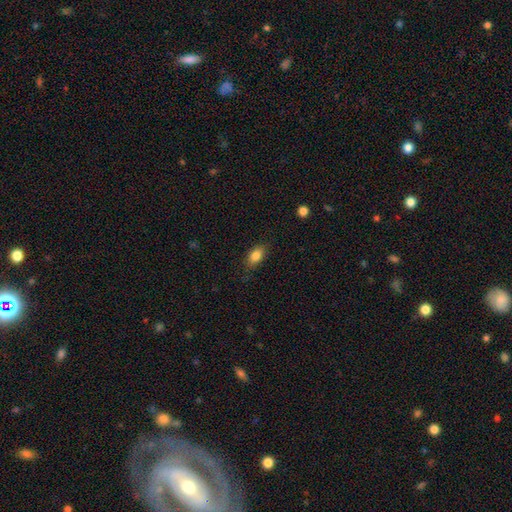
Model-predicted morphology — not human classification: The model was most divided on "merging": none: 81%, minor disturbance: 14%, major disturbance: 3%, merger: 1%. More confident: how rounded — in between (86%); smooth or featured — smooth (84%).